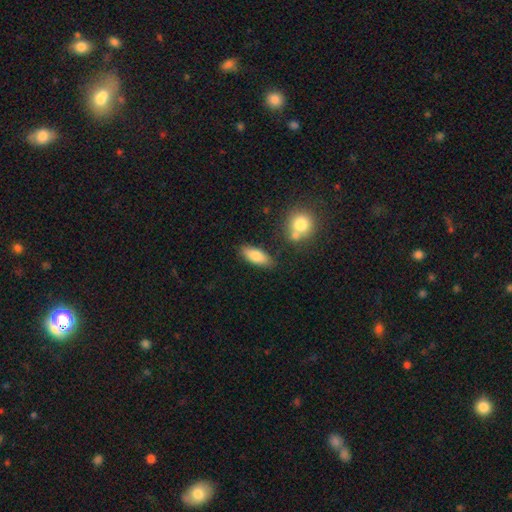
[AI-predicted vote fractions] This is clearly a smooth galaxy (80%). How rounded: likely in between (76%). Merging: likely none (79%).